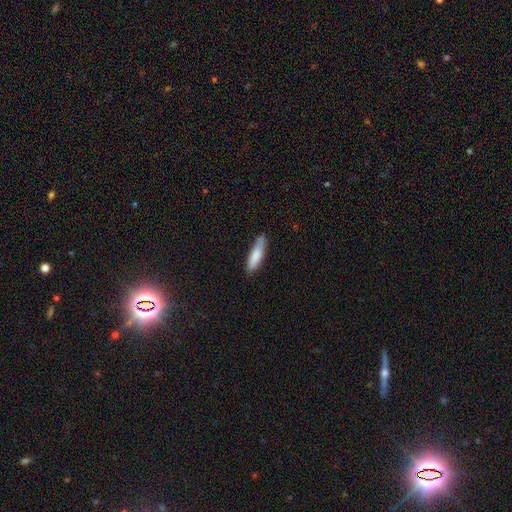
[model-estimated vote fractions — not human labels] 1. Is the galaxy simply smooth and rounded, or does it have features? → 83% smooth, 12% featured or disk, 6% star or artifact.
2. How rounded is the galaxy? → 70% cigar-shaped, 28% in between, 1% round.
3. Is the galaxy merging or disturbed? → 81% none, 16% minor disturbance, 2% major disturbance, 1% merger.